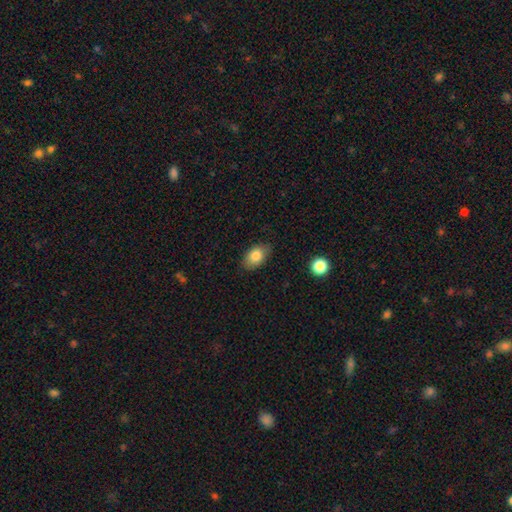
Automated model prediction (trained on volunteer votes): This appears to be a smooth galaxy with no disk features (82%) that is in between round and cigar-shaped (87%). Merging: none (82%).